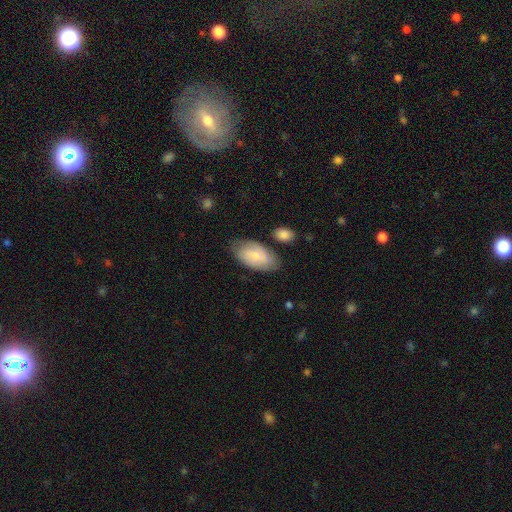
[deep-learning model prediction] Smooth or featured: smooth — 63% (featured or disk — 31%)
How rounded: in between — 94% (round — 3%)
Merging: none — 71% (minor disturbance — 19%)